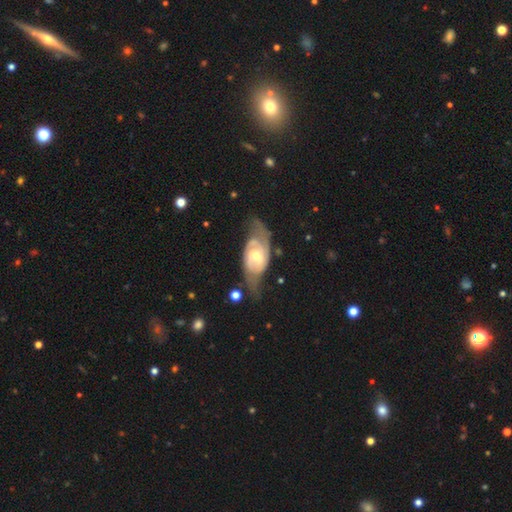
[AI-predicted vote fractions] Smooth or featured: featured or disk — 85% (smooth — 11%)
Edge-on disk: no — 94% (yes — 6%)
Bar: weak — 45% (no — 44%)
Spiral arms: yes — 94% (no — 6%)
Spiral winding: medium — 44% (tight — 36%)
Spiral arm count: 2 — 82% (can't tell — 10%)
Bulge size: moderate — 59% (small — 32%)
Merging: none — 53% (minor disturbance — 25%)